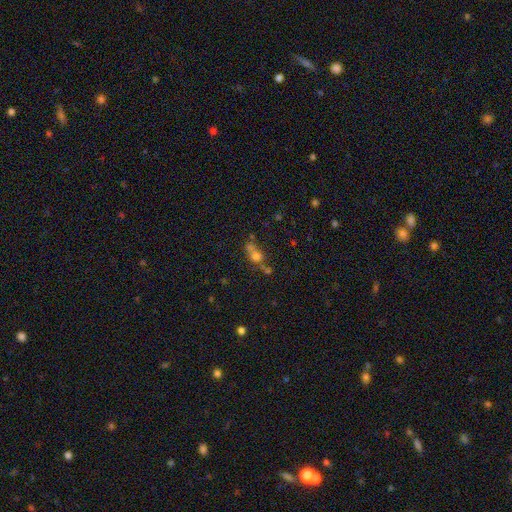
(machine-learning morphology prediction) This is likely a smooth galaxy (61%). How rounded: likely round (69%). Merging: marginally merger (41%).